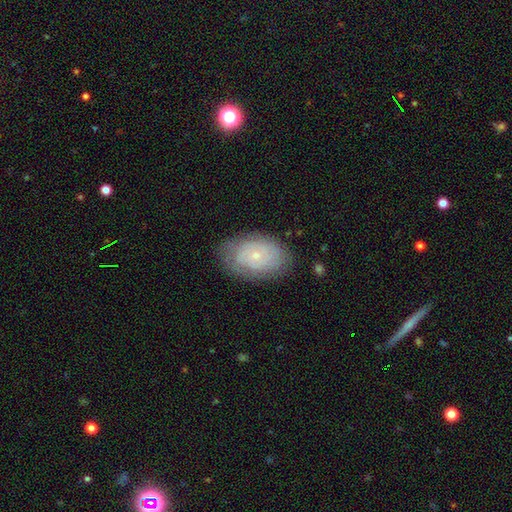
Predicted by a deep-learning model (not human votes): A featured or disk galaxy (56%) with no bar (86%), spiral arms (69%) and a small central bulge (82%). Merging: none (77%).